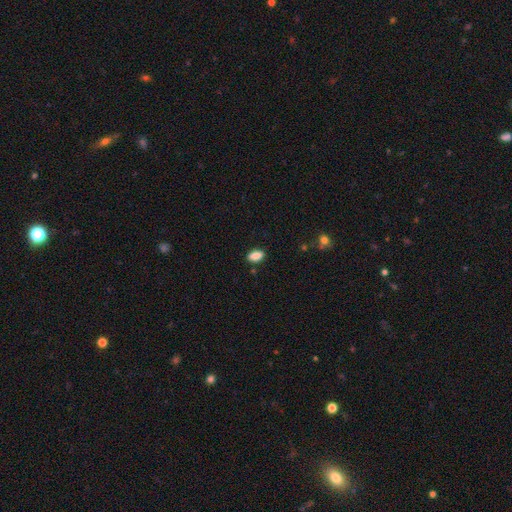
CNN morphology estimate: A smooth galaxy with no disk features (87%) that is in between round and cigar-shaped (89%).

Vote fractions:
- Smooth or featured? smooth: 87% / star or artifact: 8% / featured or disk: 5%
- How rounded? in between: 89% / cigar-shaped: 6% / round: 5%
- Merging? none: 85% / minor disturbance: 11% / major disturbance: 2% / merger: 2%